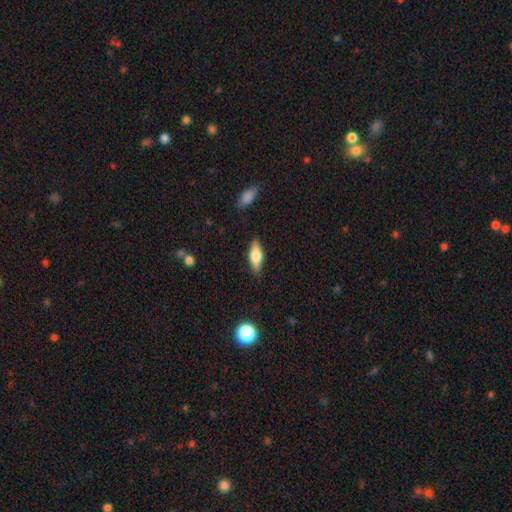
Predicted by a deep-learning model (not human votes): Morphology: type=smooth (67%); roundness=in between (73%); merging=none (85%).